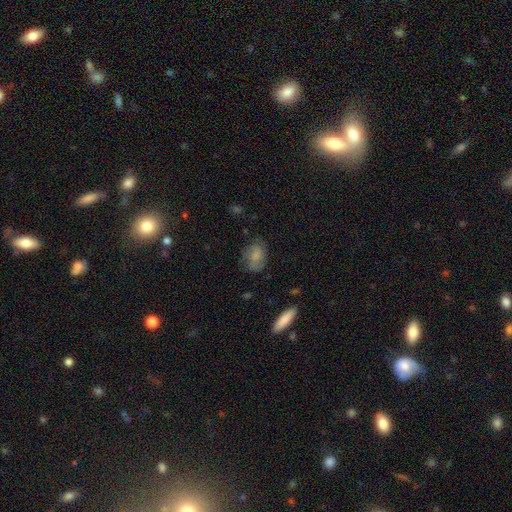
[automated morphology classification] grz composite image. It shows a smooth galaxy with no disk features (67%) that is in between round and cigar-shaped (68%). Merging: none (64%).